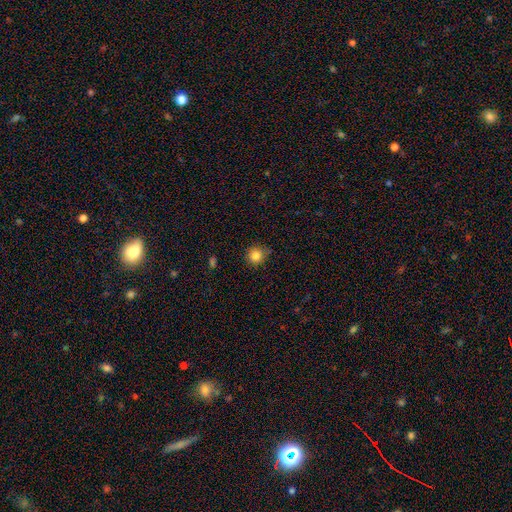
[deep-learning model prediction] A smooth galaxy with no disk features (84%) that is round (93%).

Vote fractions:
- Smooth or featured? smooth: 84% / star or artifact: 11% / featured or disk: 5%
- How rounded? round: 93% / in between: 6% / cigar-shaped: 1%
- Merging? none: 83% / minor disturbance: 13% / major disturbance: 3% / merger: 1%